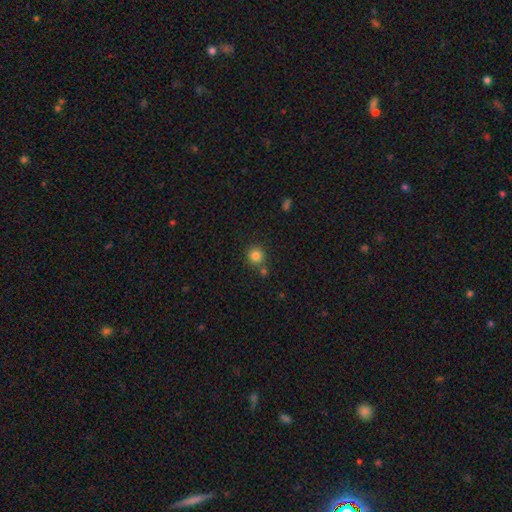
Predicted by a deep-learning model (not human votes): Smooth or featured? Predicted: smooth (p=0.83). How rounded? Predicted: round (p=0.93). Merging? Predicted: none (p=0.77).